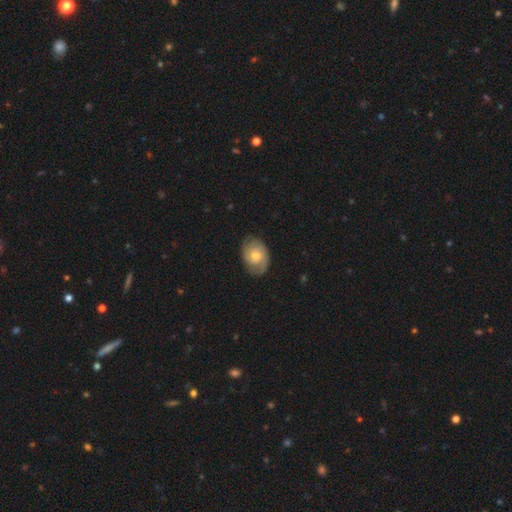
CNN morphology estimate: type=featured or disk (57%); edge-on=no (96%); bar=no (71%); spiral arms=yes (87%); bulge=moderate (58%); merging=none (74%).